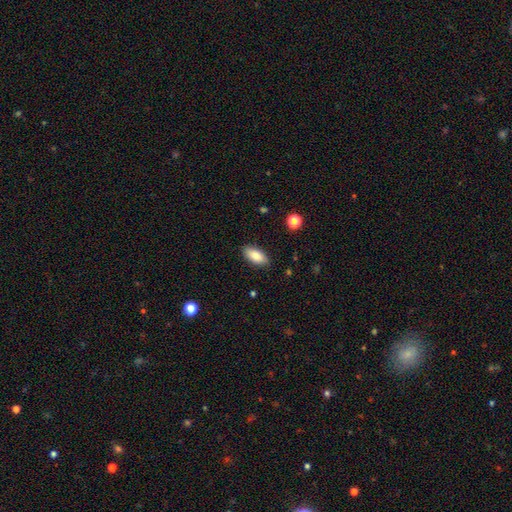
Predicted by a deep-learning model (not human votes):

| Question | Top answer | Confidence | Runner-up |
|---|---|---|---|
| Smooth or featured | smooth | 85% | featured or disk (8%) |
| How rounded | in between | 89% | cigar-shaped (9%) |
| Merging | none | 87% | minor disturbance (9%) |